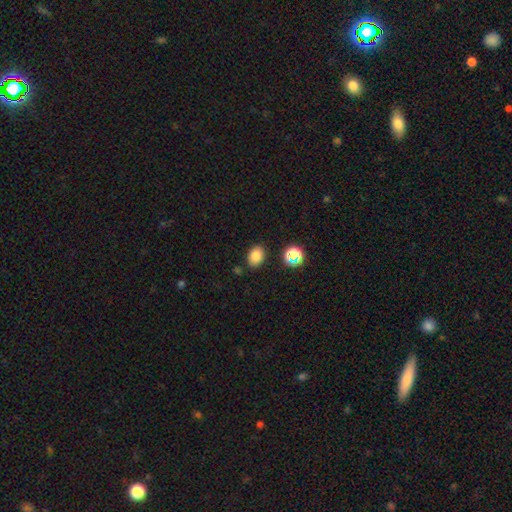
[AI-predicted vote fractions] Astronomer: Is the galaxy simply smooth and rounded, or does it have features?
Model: smooth — 81%.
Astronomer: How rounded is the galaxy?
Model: in between — 72%.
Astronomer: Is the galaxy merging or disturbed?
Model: none — 84%.